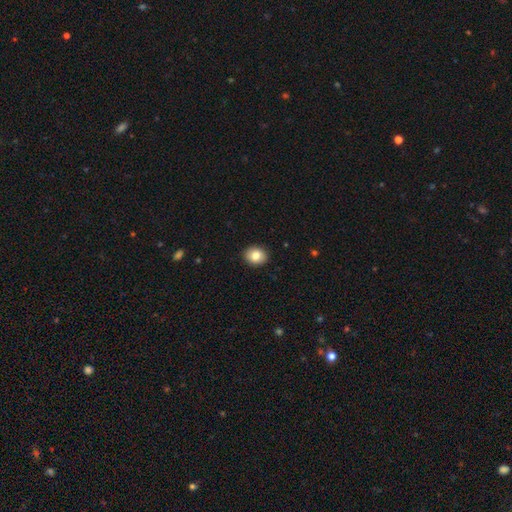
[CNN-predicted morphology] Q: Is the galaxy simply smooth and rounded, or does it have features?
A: smooth — 83%.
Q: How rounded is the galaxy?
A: round — 58%.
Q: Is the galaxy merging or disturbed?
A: none — 91%.